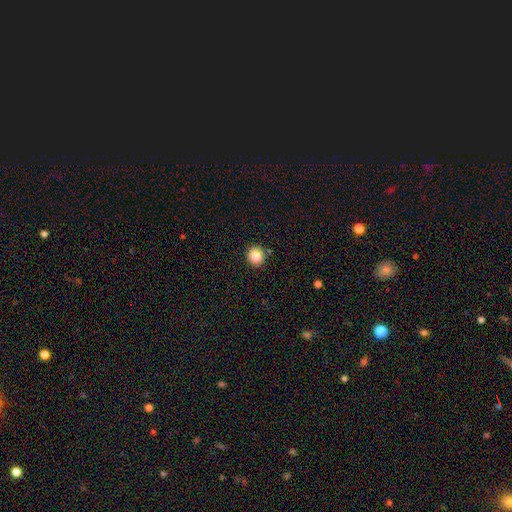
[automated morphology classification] Smooth or featured: smooth — 85% (star or artifact — 10%)
How rounded: round — 89% (in between — 10%)
Merging: none — 88% (minor disturbance — 7%)